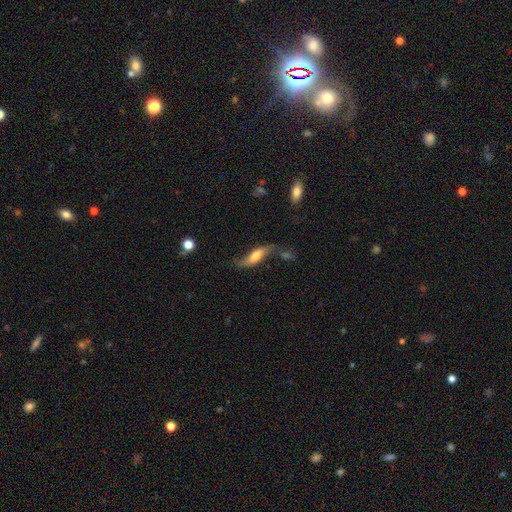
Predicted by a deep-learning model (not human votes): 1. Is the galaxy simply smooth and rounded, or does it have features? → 64% featured or disk, 29% smooth, 7% star or artifact.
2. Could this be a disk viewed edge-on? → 67% no, 33% yes.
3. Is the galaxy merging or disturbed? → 51% none, 22% minor disturbance, 14% major disturbance, 13% merger.